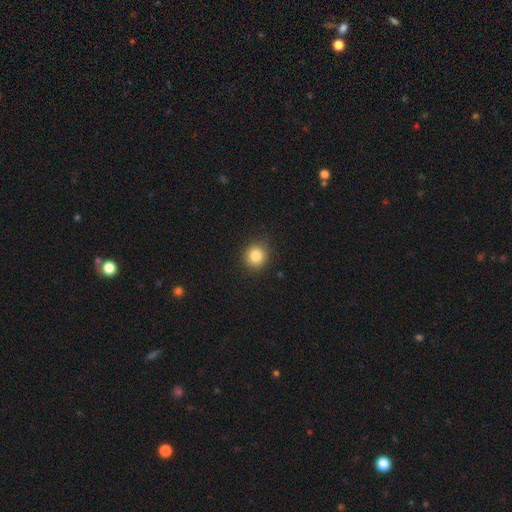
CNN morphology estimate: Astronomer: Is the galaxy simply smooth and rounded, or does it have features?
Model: smooth — 84%.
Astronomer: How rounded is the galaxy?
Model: round — 87%.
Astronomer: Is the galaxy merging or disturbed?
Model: none — 85%.